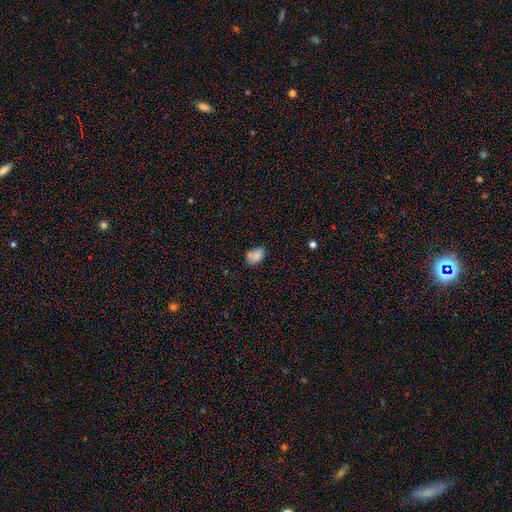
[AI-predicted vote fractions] Smooth or featured? Predicted: smooth (p=0.79). How rounded? Predicted: in between (p=0.82). Merging? Predicted: none (p=0.58).